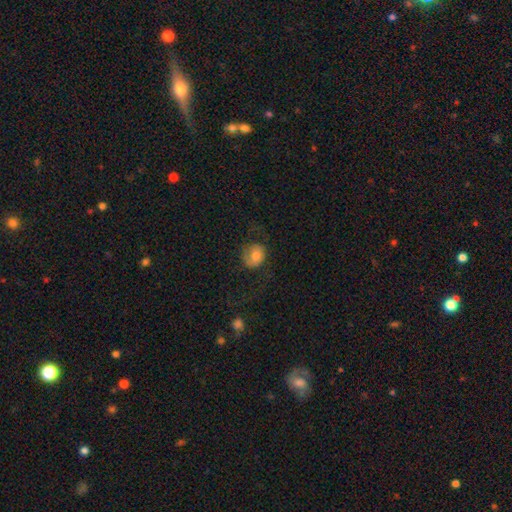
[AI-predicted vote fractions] A smooth galaxy with no disk features (67%) that is round (67%).

Vote fractions:
- Smooth or featured? smooth: 67% / featured or disk: 25% / star or artifact: 8%
- How rounded? round: 67% / in between: 32% / cigar-shaped: 1%
- Merging? none: 51% / major disturbance: 26% / minor disturbance: 21% / merger: 2%